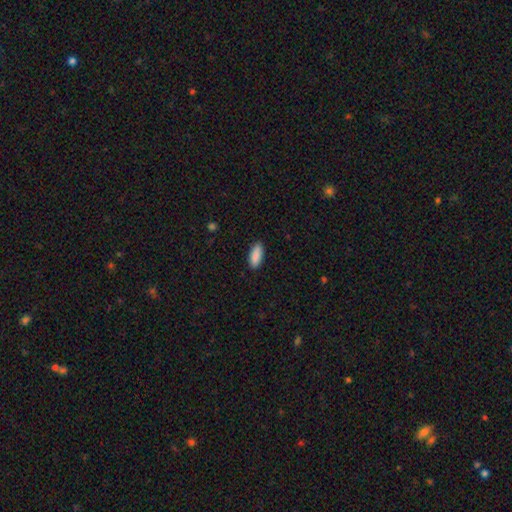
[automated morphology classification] smooth-or-featured: smooth: 89% | star or artifact: 6% | featured or disk: 5%
  how-rounded: in between: 80% | cigar-shaped: 18% | round: 2%
  merging: none: 89% | minor disturbance: 8% | major disturbance: 2% | merger: 1%